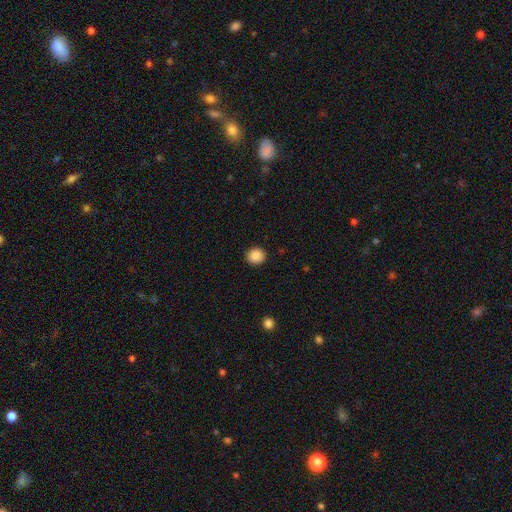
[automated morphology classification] Smooth or featured? Predicted: smooth (p=0.89). How rounded? Predicted: round (p=0.85). Merging? Predicted: none (p=0.91).